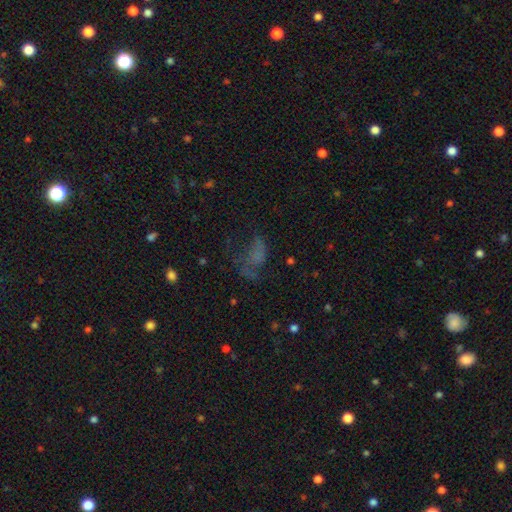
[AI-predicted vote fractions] Smooth or featured? Predicted: smooth (p=0.39). Merging? Predicted: major disturbance (p=0.43).